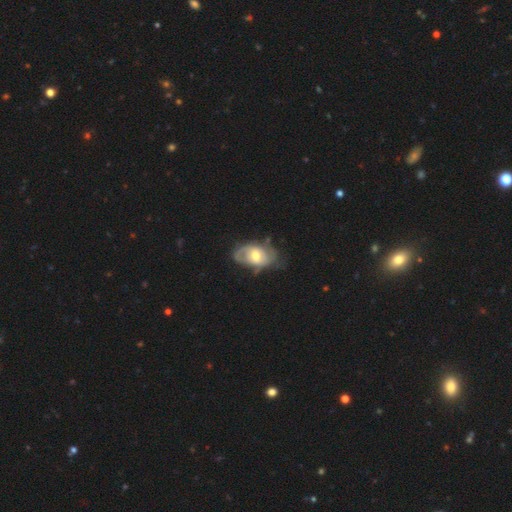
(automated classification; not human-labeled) Morphology: type=featured or disk (65%); edge-on=no (94%); bar=no (57%); spiral arms=yes (73%); bulge=moderate (68%); merging=none (53%).